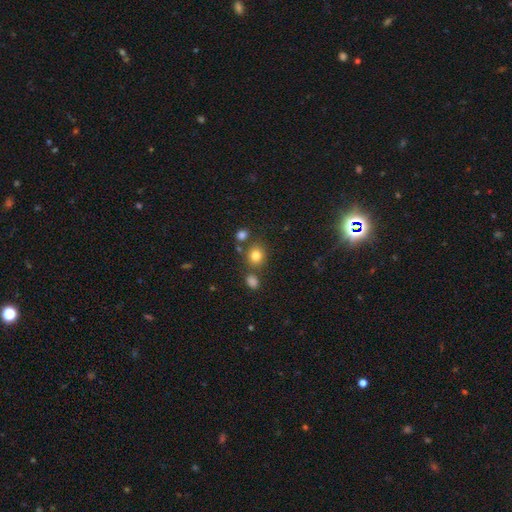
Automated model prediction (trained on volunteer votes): Smooth or featured? Predicted: smooth (p=0.79). How rounded? Predicted: round (p=0.79). Merging? Predicted: none (p=0.73).